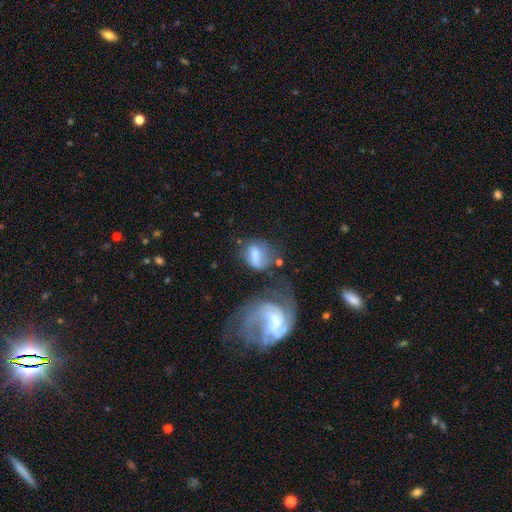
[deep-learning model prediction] Smooth or featured? smooth (57%)
How rounded? in between (68%)
Merging? none (33%)